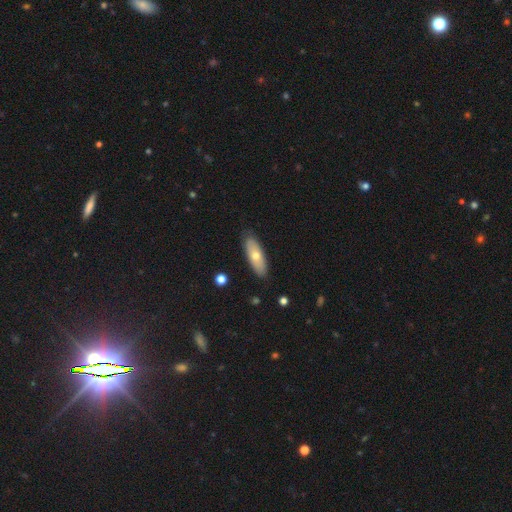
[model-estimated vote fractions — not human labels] Smooth or featured?
  - smooth: 61% *
  - featured or disk: 33%
  - star or artifact: 6%
How rounded?
  - in between: 65% *
  - cigar-shaped: 32%
  - round: 3%
Merging?
  - none: 85% *
  - minor disturbance: 11%
  - major disturbance: 2%
  - merger: 1%